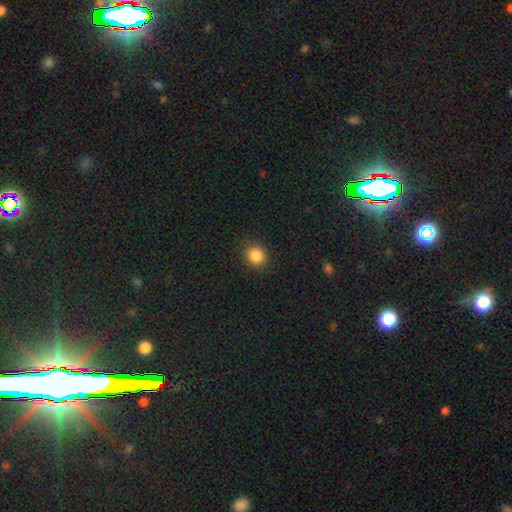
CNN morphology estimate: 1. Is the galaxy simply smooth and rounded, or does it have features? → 86% smooth, 11% star or artifact, 3% featured or disk.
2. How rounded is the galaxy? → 83% round, 16% in between, 1% cigar-shaped.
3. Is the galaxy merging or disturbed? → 88% none, 8% minor disturbance, 3% major disturbance, 1% merger.